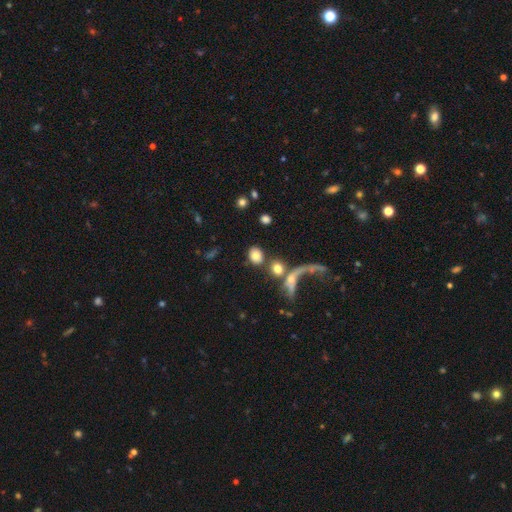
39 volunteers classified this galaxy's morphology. smooth-or-featured: smooth: 67% | featured or disk: 21% | star or artifact: 13%
  how-rounded: round: 54% | in between: 46% | cigar-shaped: 0%
  merging: none: 50% | minor disturbance: 18% | major disturbance: 18% | merger: 15%